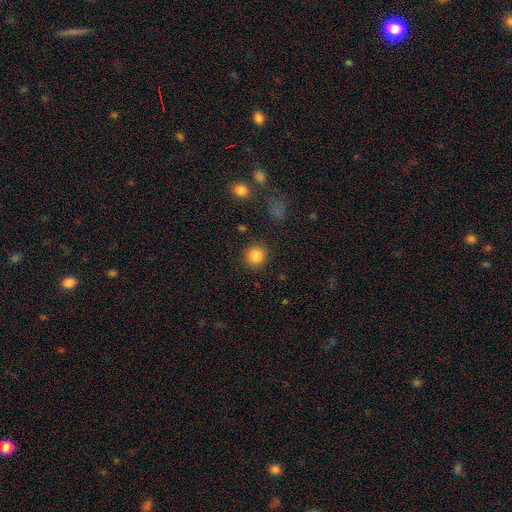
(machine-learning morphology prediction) Smooth or featured? Predicted: smooth (p=0.86). How rounded? Predicted: round (p=0.90). Merging? Predicted: none (p=0.89).